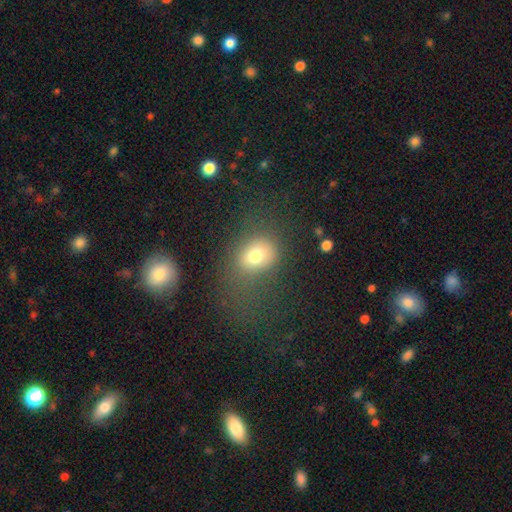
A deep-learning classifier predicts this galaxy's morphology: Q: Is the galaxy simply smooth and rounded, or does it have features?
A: smooth — 75%.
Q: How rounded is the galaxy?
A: in between — 50%.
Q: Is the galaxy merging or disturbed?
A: none — 50%.